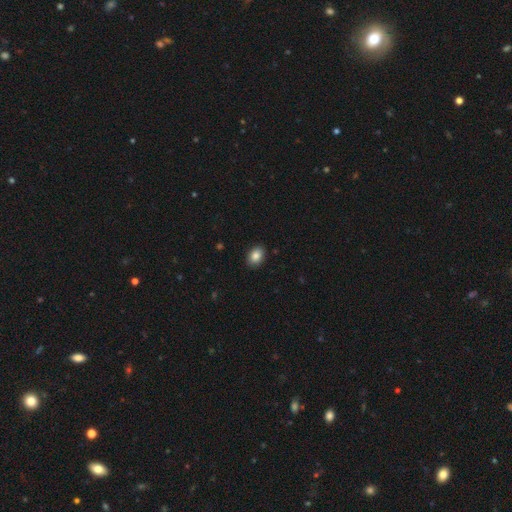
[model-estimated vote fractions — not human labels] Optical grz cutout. It shows a smooth galaxy with no disk features (86%) that is in between round and cigar-shaped (75%). Merging: none (89%).